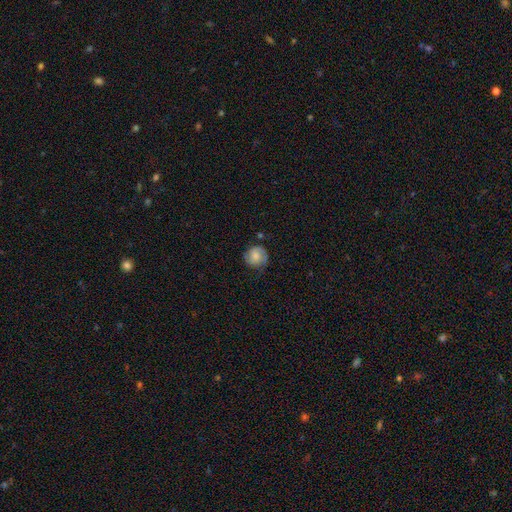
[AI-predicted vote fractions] Overall: smooth (55%; featured or disk 37%). How rounded: round (87%). Merging: none (71%).